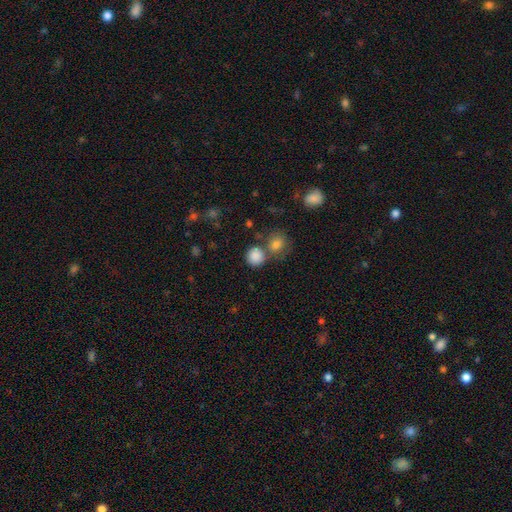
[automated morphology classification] A smooth galaxy with no disk features (85%) that is round (85%).

Vote fractions:
- Smooth or featured? smooth: 85% / star or artifact: 10% / featured or disk: 5%
- How rounded? round: 85% / in between: 14% / cigar-shaped: 1%
- Merging? none: 61% / merger: 26% / minor disturbance: 10% / major disturbance: 4%